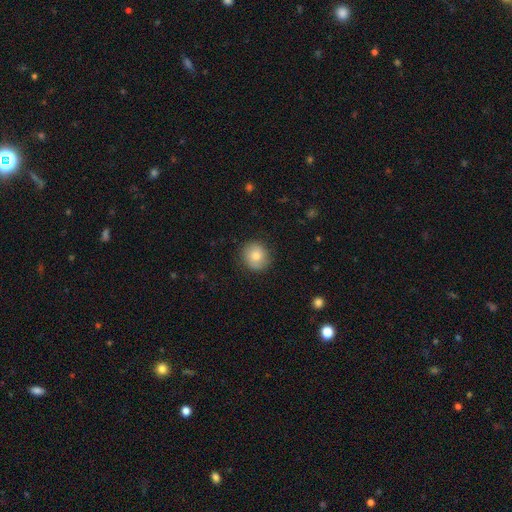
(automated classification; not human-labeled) Overall: smooth (77%). How rounded: round (87%). Merging: none (87%).